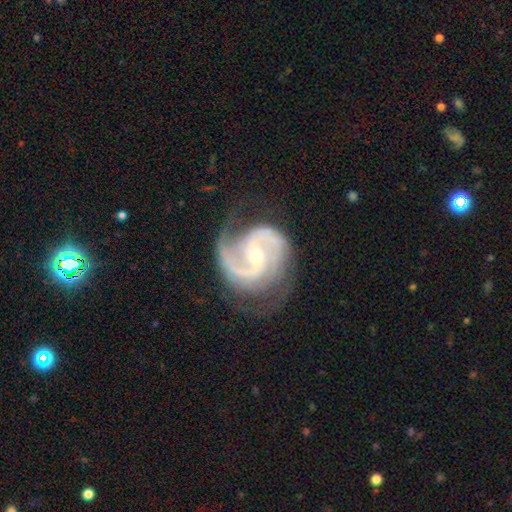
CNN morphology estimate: Q: Smooth or featured?
A: featured or disk (93%); runner-up: star or artifact (4%)
Q: Edge-on disk?
A: no (98%); runner-up: yes (2%)
Q: Bar?
A: weak (44%); runner-up: no (39%)
Q: Spiral arms?
A: yes (99%); runner-up: no (1%)
Q: Spiral winding?
A: medium (55%); runner-up: tight (33%)
Q: Spiral arm count?
A: 2 (82%); runner-up: 3 (8%)
Q: Bulge size?
A: small (50%); runner-up: moderate (46%)
Q: Merging?
A: none (70%); runner-up: minor disturbance (19%)